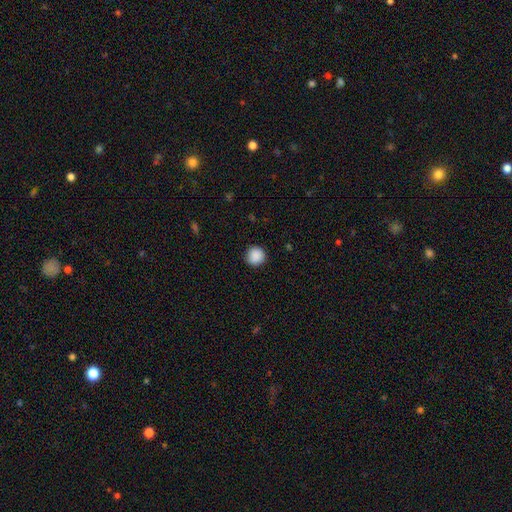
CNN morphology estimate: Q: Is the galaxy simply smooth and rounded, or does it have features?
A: smooth — 89%.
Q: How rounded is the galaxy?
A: round — 94%.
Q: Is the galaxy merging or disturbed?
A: none — 91%.